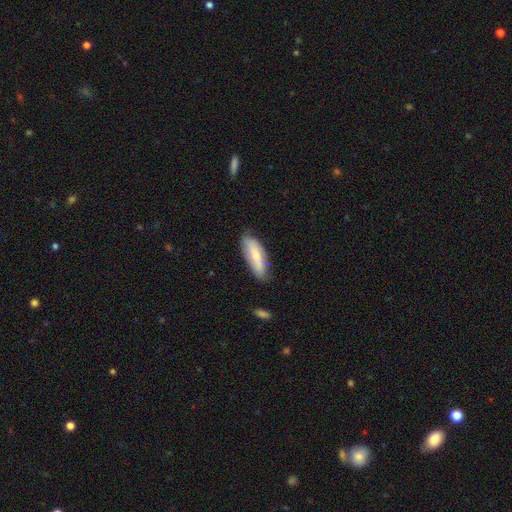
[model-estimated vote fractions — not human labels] Smooth or featured? smooth (64%)
How rounded? in between (62%)
Merging? none (70%)